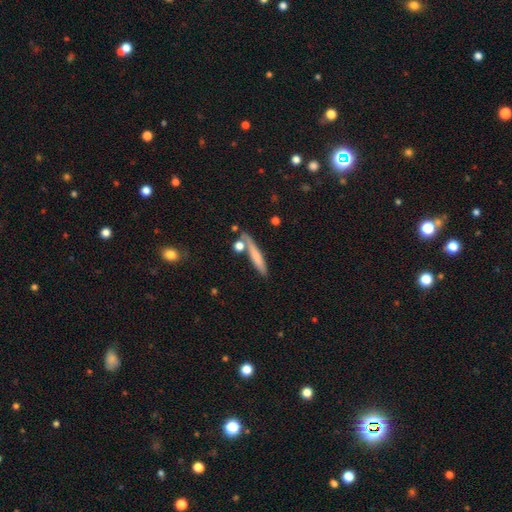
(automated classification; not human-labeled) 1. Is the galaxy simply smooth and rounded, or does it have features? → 67% smooth, 25% featured or disk, 7% star or artifact.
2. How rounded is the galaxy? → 89% cigar-shaped, 8% in between, 3% round.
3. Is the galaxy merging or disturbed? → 70% none, 15% minor disturbance, 10% merger, 5% major disturbance.